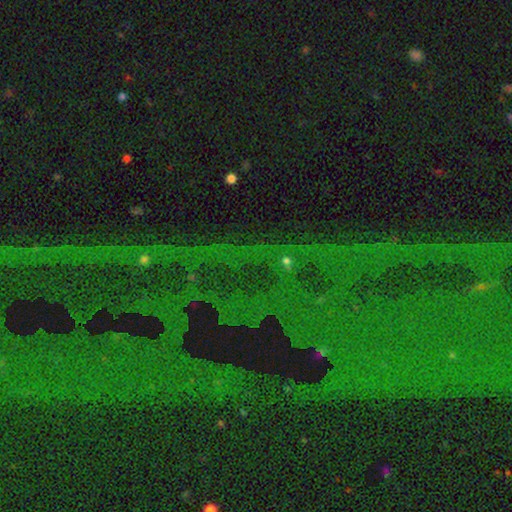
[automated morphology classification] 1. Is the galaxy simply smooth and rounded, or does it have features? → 83% star or artifact, 9% featured or disk, 8% smooth.